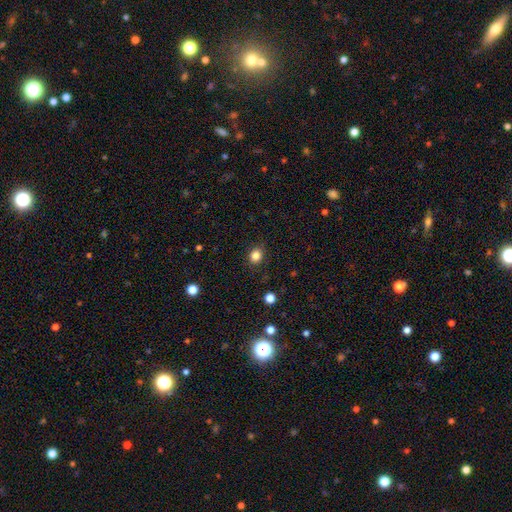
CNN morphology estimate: Smooth or featured?
  - smooth: 84% *
  - star or artifact: 12%
  - featured or disk: 4%
How rounded?
  - round: 64% *
  - in between: 36%
  - cigar-shaped: 1%
Merging?
  - none: 87% *
  - minor disturbance: 9%
  - major disturbance: 3%
  - merger: 1%